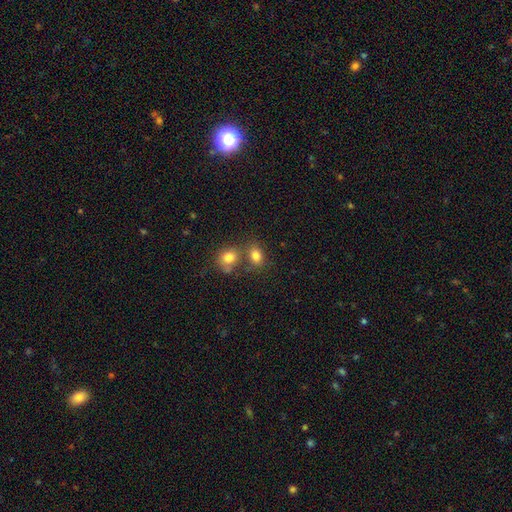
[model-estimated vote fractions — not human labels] The model was most divided on "merging": none: 48%, merger: 37%, minor disturbance: 11%, major disturbance: 5%. More confident: smooth or featured — smooth (80%); how rounded — in between (62%).